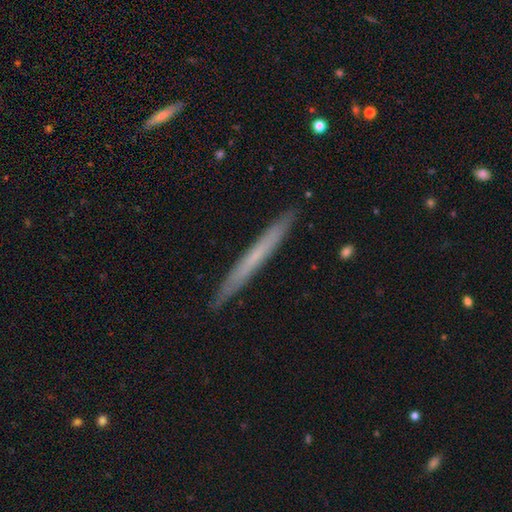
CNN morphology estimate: This is possibly a smooth galaxy (49%). Merging: clearly none (90%).